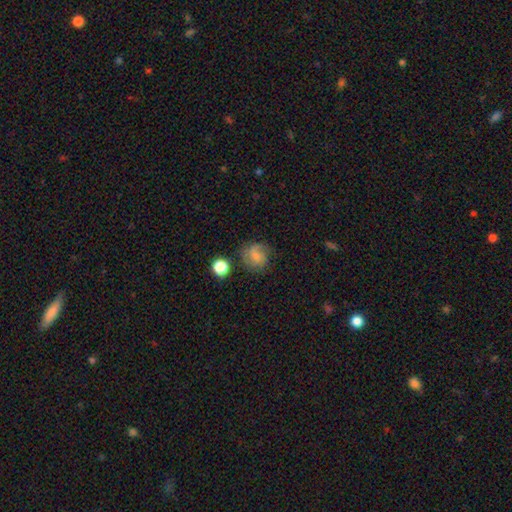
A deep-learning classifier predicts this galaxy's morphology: Overall: smooth (51%; featured or disk 38%). How rounded: round (80%). Merging: none (61%; minor disturbance 23%).